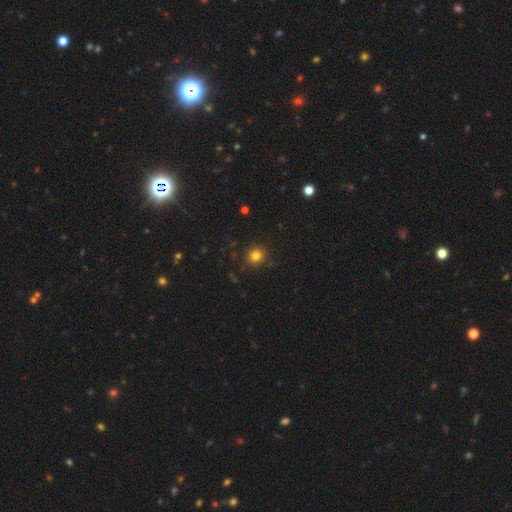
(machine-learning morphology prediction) type=smooth (81%); roundness=round (91%); merging=none (89%).